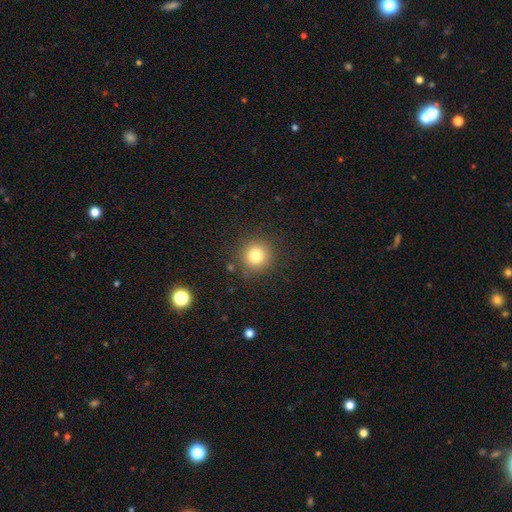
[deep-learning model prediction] smooth 80%, star or artifact 13%, featured or disk 7%. Down the decision tree: how rounded — round (94%); merging — none (88%).